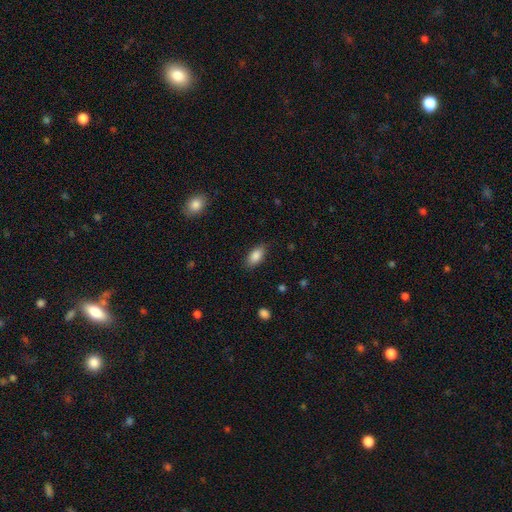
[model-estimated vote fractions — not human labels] This appears to be a smooth galaxy with no disk features (85%) that is in between round and cigar-shaped (90%). Merging: none (84%).